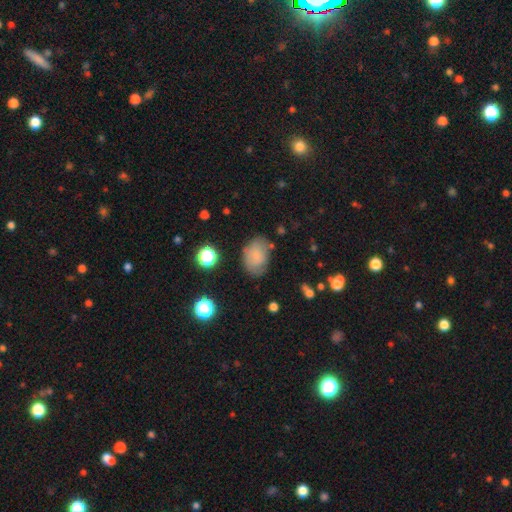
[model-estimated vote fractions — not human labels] The model was most divided on "merging": none: 66%, minor disturbance: 23%, major disturbance: 8%, merger: 3%. More confident: how rounded — in between (77%); smooth or featured — smooth (74%).